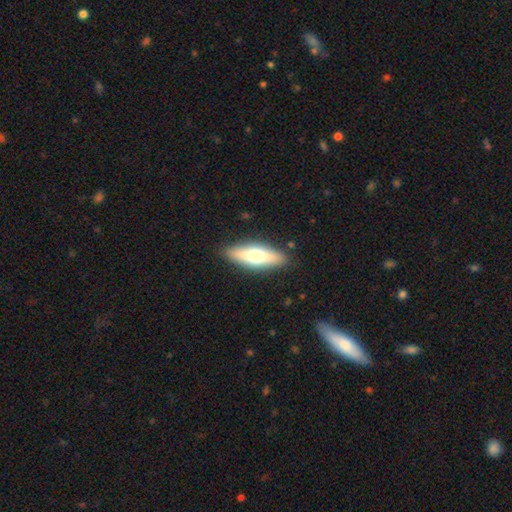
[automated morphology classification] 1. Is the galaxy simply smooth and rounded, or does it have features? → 60% smooth, 34% featured or disk, 6% star or artifact.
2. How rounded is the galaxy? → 49% cigar-shaped (tied), 49% in between (tied), 2% round.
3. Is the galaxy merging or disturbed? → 88% none, 9% minor disturbance, 2% major disturbance, 1% merger.